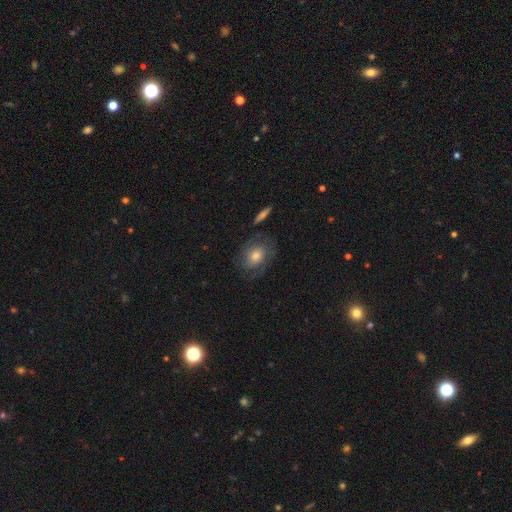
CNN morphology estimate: featured or disk 48%, smooth 42%, star or artifact 11%. Down the decision tree: merging — none (72%).